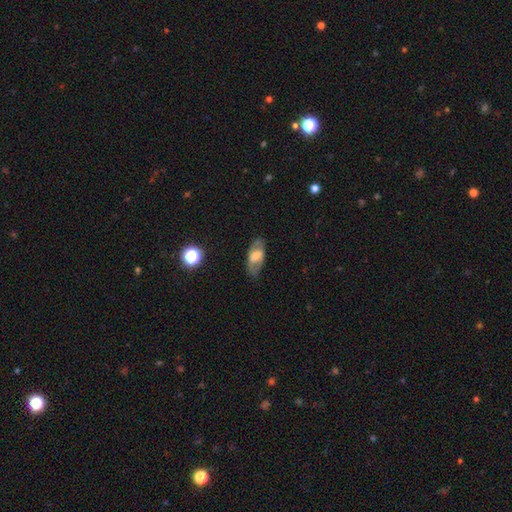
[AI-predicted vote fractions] smooth_or_featured: featured or disk (p=0.51) [alt: smooth p=0.41]
disk_edge_on: no (p=0.84) [alt: yes p=0.16]
merging: none (p=0.77) [alt: minor disturbance p=0.15]